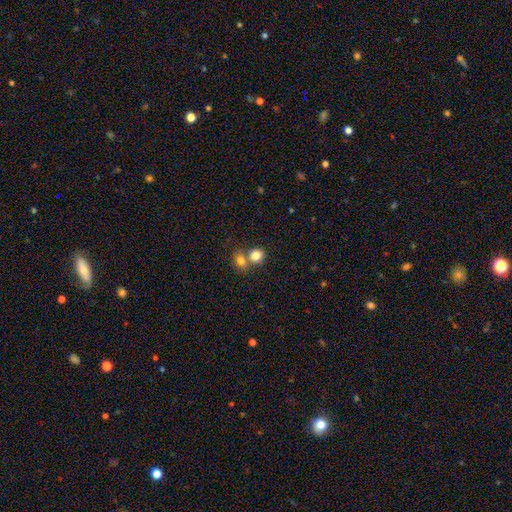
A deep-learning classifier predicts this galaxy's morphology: Smooth or featured? smooth (81%)
How rounded? round (74%)
Merging? merger (46%)